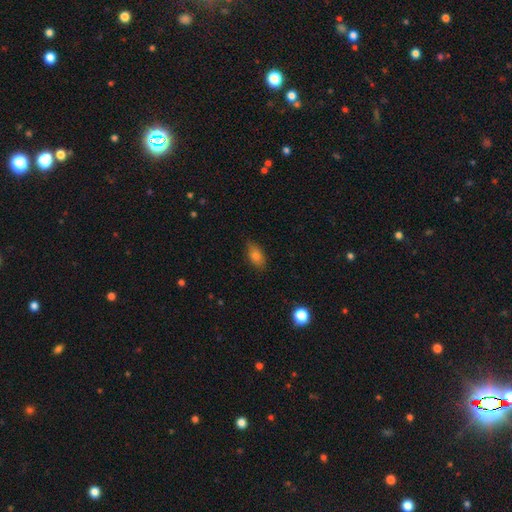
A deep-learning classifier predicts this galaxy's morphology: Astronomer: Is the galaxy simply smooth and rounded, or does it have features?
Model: smooth — 78%.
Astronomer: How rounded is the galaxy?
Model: in between — 87%.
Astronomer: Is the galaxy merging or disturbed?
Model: none — 78%.